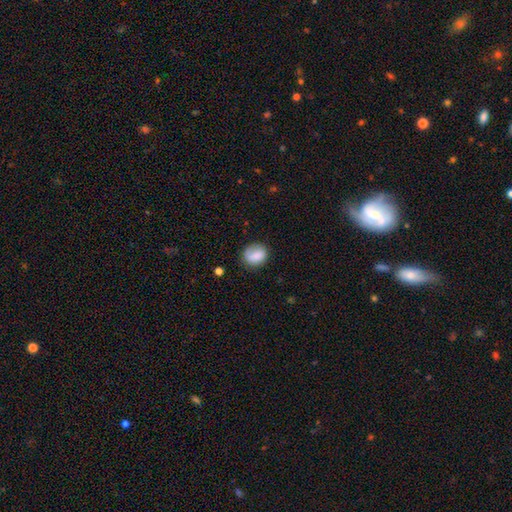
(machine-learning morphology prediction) smooth_or_featured: smooth (p=0.76) [alt: featured or disk p=0.17]
how_rounded: round (p=0.67) [alt: in between p=0.32]
merging: none (p=0.69) [alt: minor disturbance p=0.20]